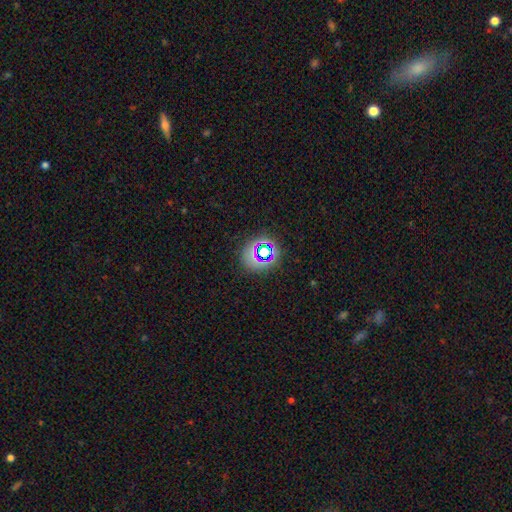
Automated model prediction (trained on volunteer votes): smooth_or_featured: star or artifact (p=0.55) [alt: smooth p=0.32]